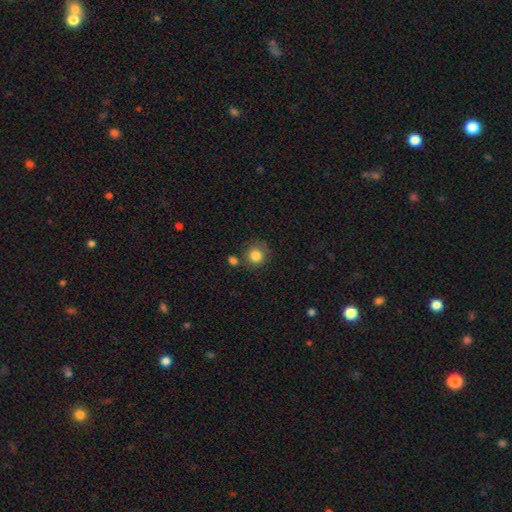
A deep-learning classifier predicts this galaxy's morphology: smooth-or-featured: smooth: 84% | star or artifact: 10% | featured or disk: 6%
  how-rounded: round: 90% | in between: 9% | cigar-shaped: 1%
  merging: none: 71% | minor disturbance: 14% | merger: 10% | major disturbance: 5%